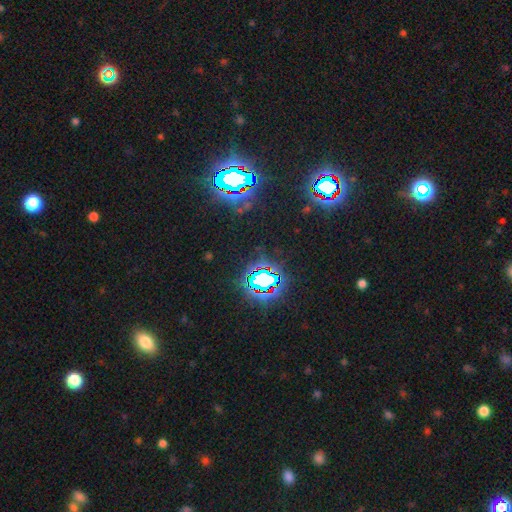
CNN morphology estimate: star or artifact 82%, smooth 11%, featured or disk 7%.